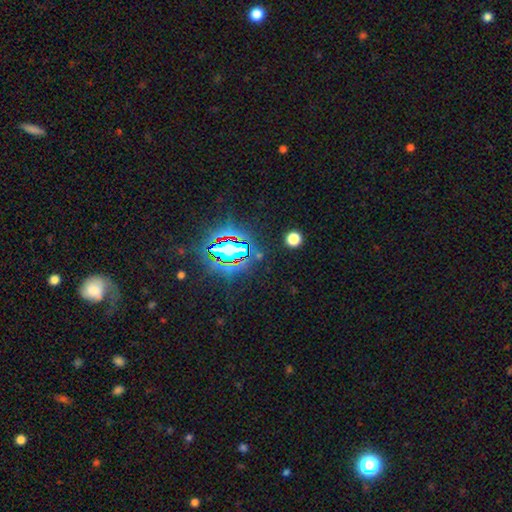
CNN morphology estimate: type=star or artifact (77%).